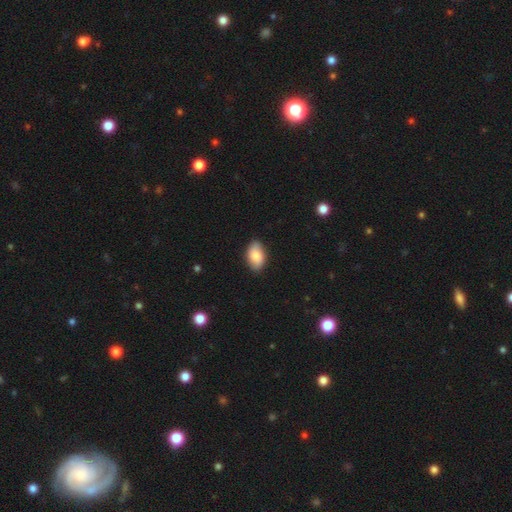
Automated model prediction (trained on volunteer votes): Morphology: type=smooth (82%); roundness=in between (93%); merging=none (85%).